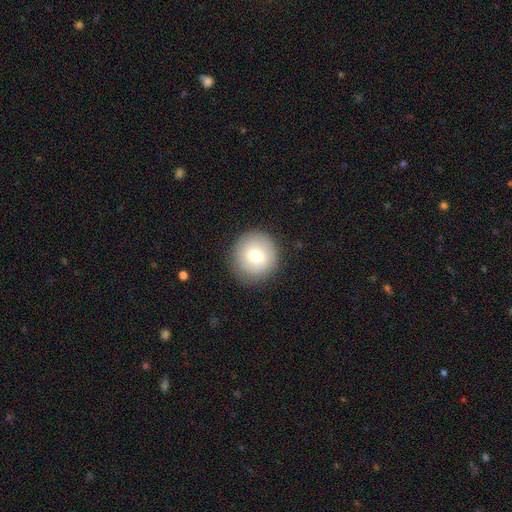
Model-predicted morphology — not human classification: Overall: smooth (73%). How rounded: round (94%). Merging: none (87%).